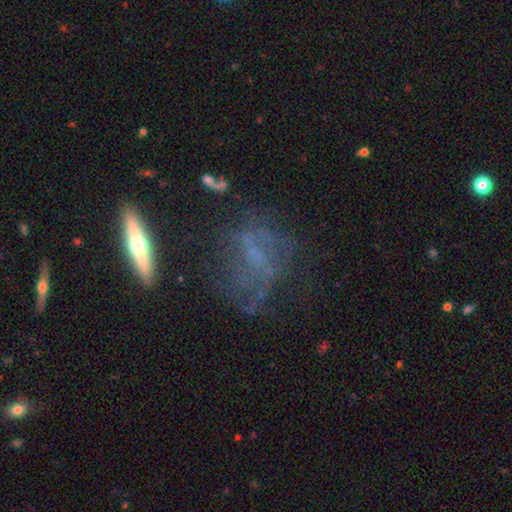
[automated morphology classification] featured or disk 59%, smooth 22%, star or artifact 19%. Down the decision tree: edge-on disk — no (81%); merging — none (55%).